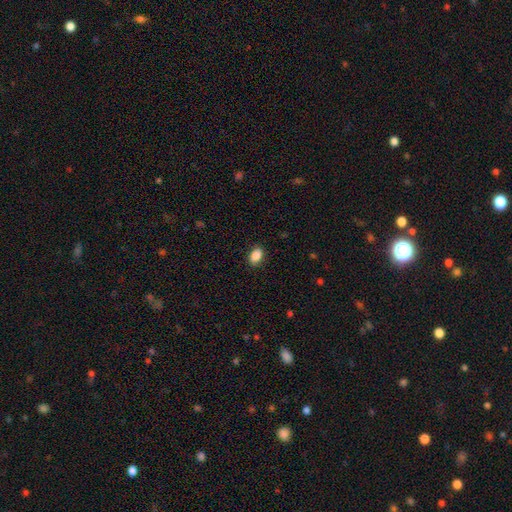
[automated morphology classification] Q: Smooth or featured?
A: smooth (87%); runner-up: star or artifact (8%)
Q: How rounded?
A: in between (84%); runner-up: round (14%)
Q: Merging?
A: none (87%); runner-up: minor disturbance (9%)